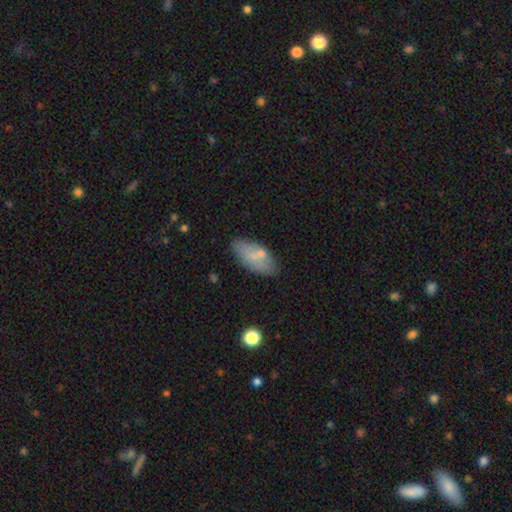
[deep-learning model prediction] A smooth galaxy with no disk features (68%) that is in between round and cigar-shaped (89%).

Vote fractions:
- Smooth or featured? smooth: 68% / featured or disk: 24% / star or artifact: 7%
- How rounded? in between: 89% / cigar-shaped: 8% / round: 3%
- Merging? none: 67% / minor disturbance: 19% / merger: 9% / major disturbance: 5%